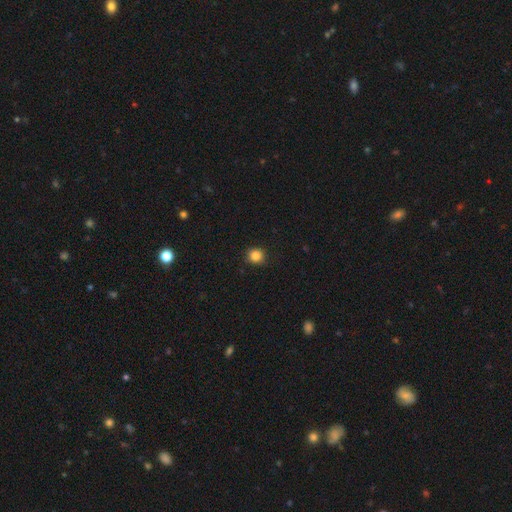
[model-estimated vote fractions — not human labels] Morphology: type=smooth (85%); roundness=round (92%); merging=none (91%).